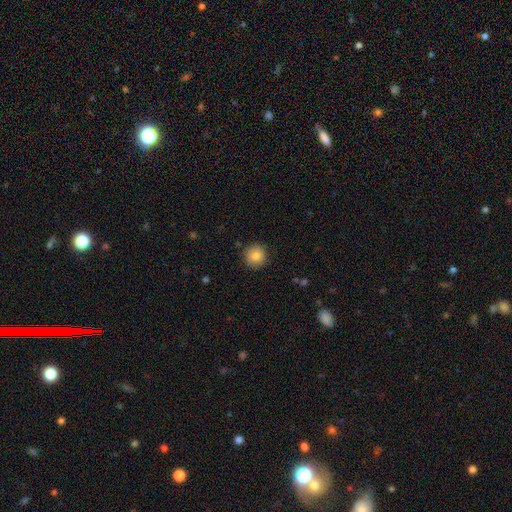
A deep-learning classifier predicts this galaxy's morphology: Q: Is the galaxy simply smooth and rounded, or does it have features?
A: smooth — 84%.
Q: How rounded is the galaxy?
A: round — 93%.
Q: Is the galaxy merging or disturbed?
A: none — 88%.